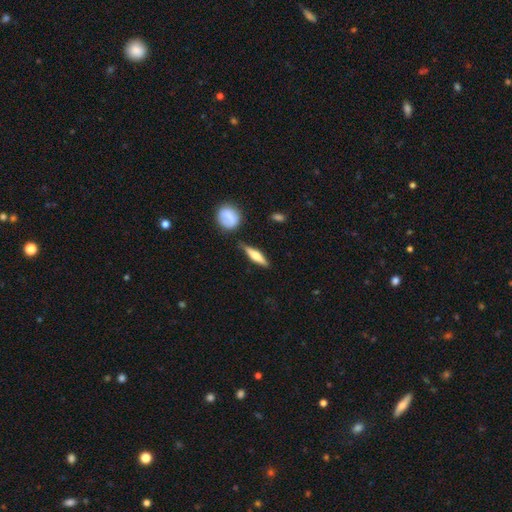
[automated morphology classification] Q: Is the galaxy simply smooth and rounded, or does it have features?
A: smooth — 47%, tied with featured or disk.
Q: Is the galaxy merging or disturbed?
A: none — 82%.